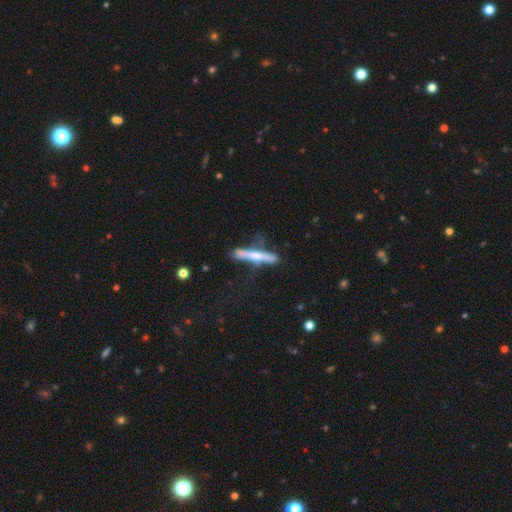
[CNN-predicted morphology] Smooth or featured: featured or disk — 51% (smooth — 43%)
Edge-on disk: yes — 92% (no — 8%)
Merging: none — 72% (minor disturbance — 19%)